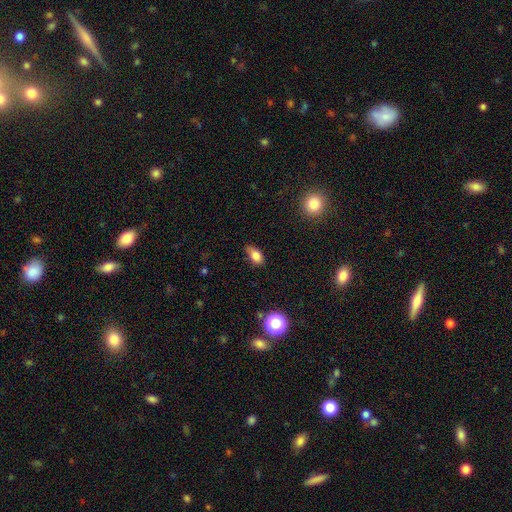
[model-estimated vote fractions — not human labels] Smooth or featured: smooth — 81% (star or artifact — 11%)
How rounded: in between — 85% (round — 11%)
Merging: none — 62% (minor disturbance — 30%)